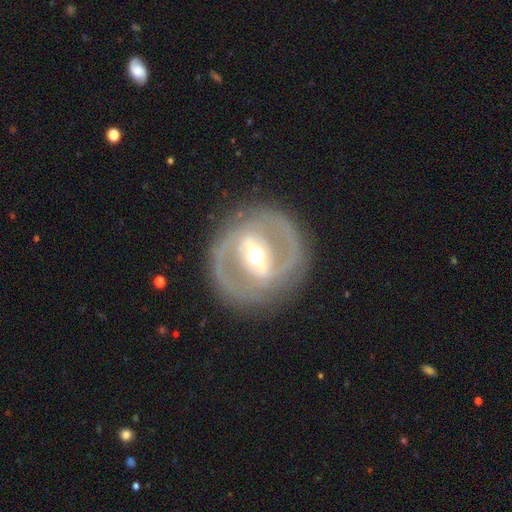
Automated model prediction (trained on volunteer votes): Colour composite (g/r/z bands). It shows a featured or disk galaxy (82%) with a strong bar (61%), spiral arms (63%) and a moderate central bulge (68%). Merging: none (81%).